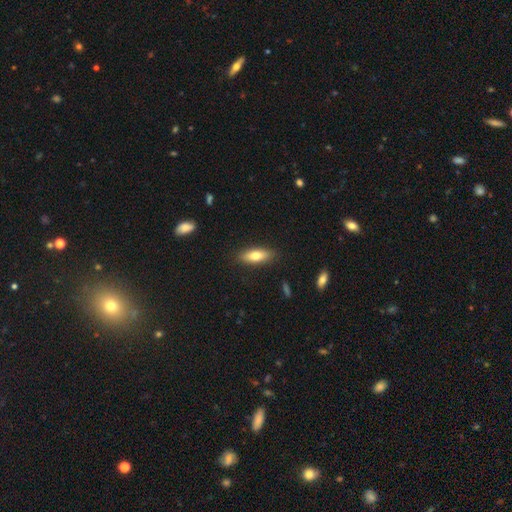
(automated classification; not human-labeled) Smooth or featured?
  - smooth: 74% *
  - featured or disk: 20%
  - star or artifact: 6%
How rounded?
  - in between: 62% *
  - cigar-shaped: 36%
  - round: 3%
Merging?
  - none: 87% *
  - minor disturbance: 10%
  - major disturbance: 2%
  - merger: 1%